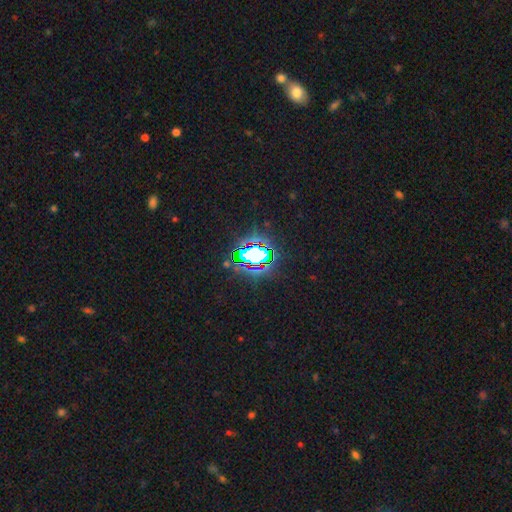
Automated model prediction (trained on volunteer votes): A star or artifact, not a galaxy (72%).